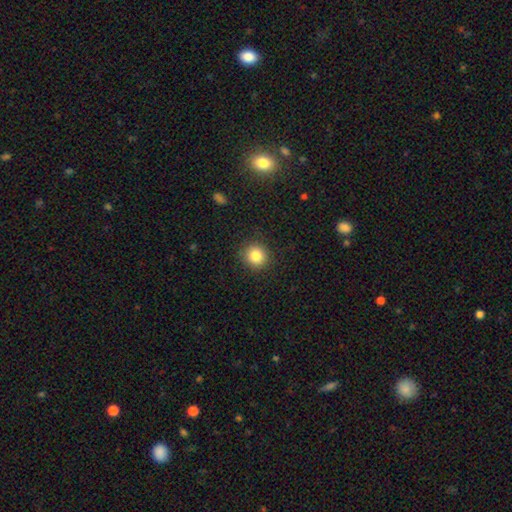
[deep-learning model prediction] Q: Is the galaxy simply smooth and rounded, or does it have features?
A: smooth — 84%.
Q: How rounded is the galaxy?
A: round — 90%.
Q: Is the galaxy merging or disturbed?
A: none — 89%.